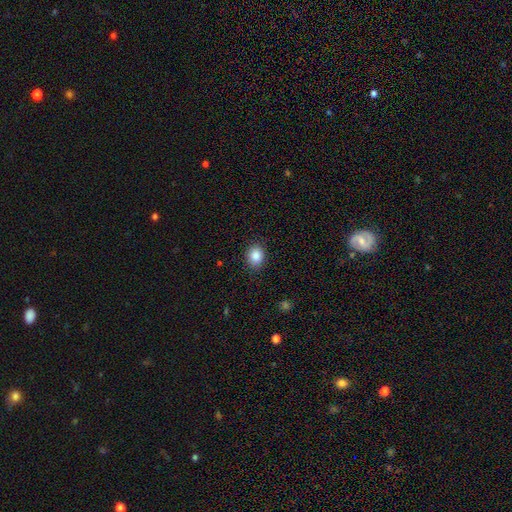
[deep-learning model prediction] Overall: smooth (86%). How rounded: in between (50%; round 49%). Merging: none (86%).